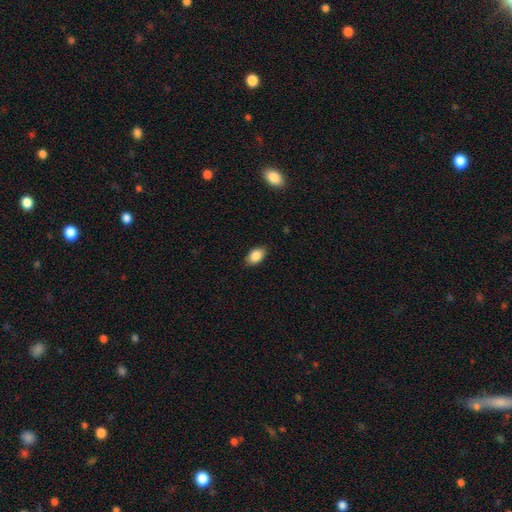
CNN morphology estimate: smooth_or_featured: smooth (p=0.87) [alt: star or artifact p=0.08]
how_rounded: in between (p=0.90) [alt: round p=0.09]
merging: none (p=0.86) [alt: minor disturbance p=0.11]